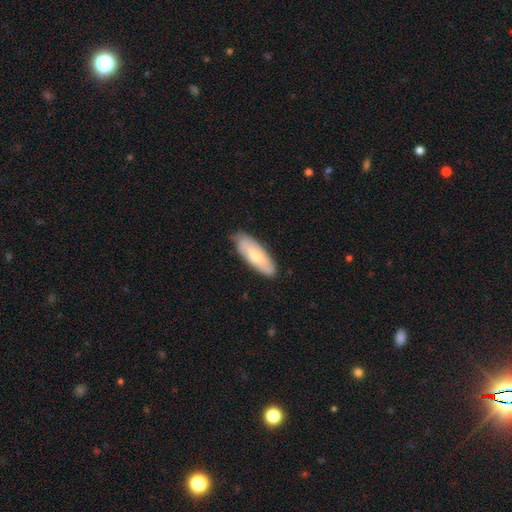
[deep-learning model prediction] Overall: smooth (60%; featured or disk 34%). How rounded: in between (66%; cigar-shaped 32%). Merging: none (76%).